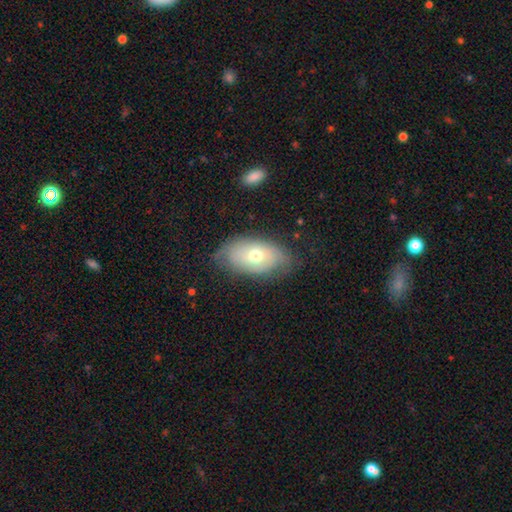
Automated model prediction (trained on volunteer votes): This is possibly a smooth galaxy (53%). How rounded: clearly in between (91%). Merging: likely none (69%).